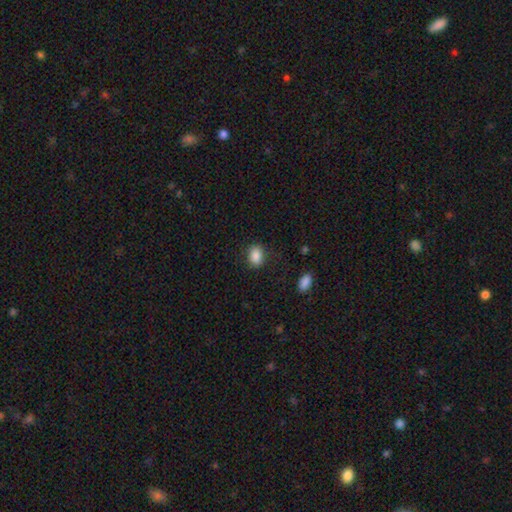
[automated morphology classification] The model was most divided on "how rounded": in between: 70%, round: 29%, cigar-shaped: 1%. More confident: smooth or featured — smooth (87%); merging — none (83%).